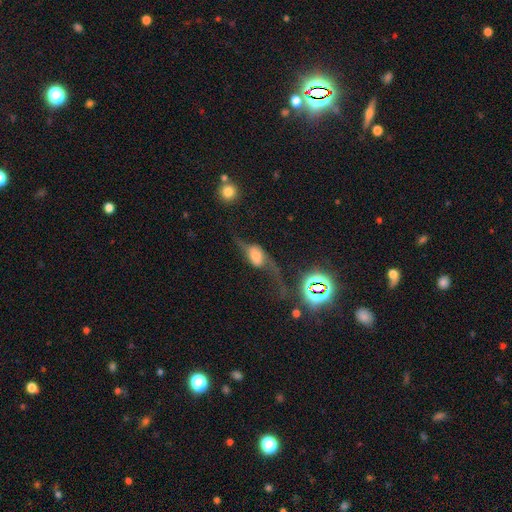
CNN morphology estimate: Smooth or featured?
  - featured or disk: 69% *
  - smooth: 20%
  - star or artifact: 11%
Edge-on disk?
  - no: 70% *
  - yes: 30%
Merging?
  - none: 42% *
  - major disturbance: 32%
  - minor disturbance: 20%
  - merger: 6%